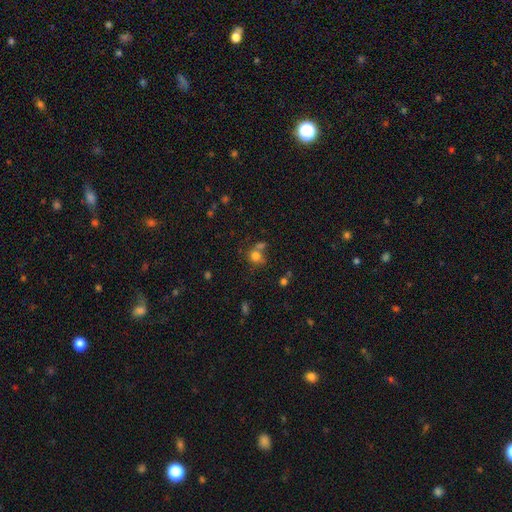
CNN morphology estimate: This appears to be a smooth galaxy with no disk features (76%) that is round (71%). Merging: none (48%).